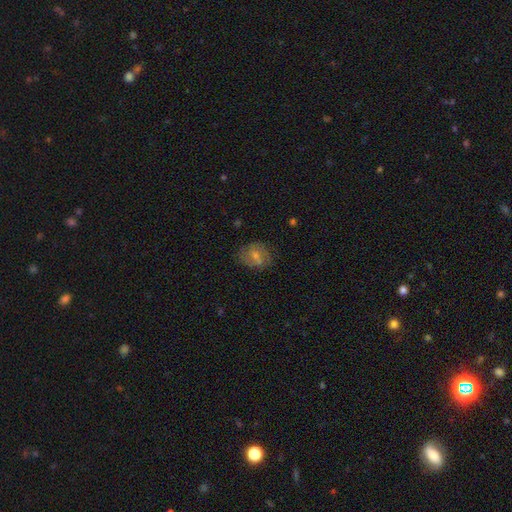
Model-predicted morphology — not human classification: Q: Smooth or featured?
A: featured or disk (45%); runner-up: smooth (39%)
Q: Merging?
A: none (74%); runner-up: minor disturbance (17%)